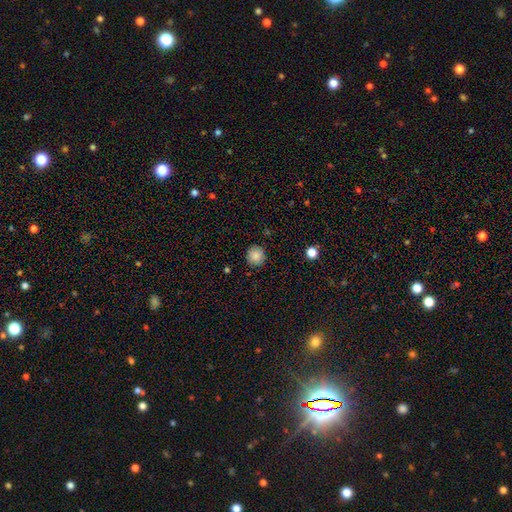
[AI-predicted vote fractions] smooth-or-featured: smooth: 85% | star or artifact: 9% | featured or disk: 5%
  how-rounded: round: 91% | in between: 8% | cigar-shaped: 1%
  merging: none: 89% | minor disturbance: 8% | major disturbance: 2% | merger: 1%